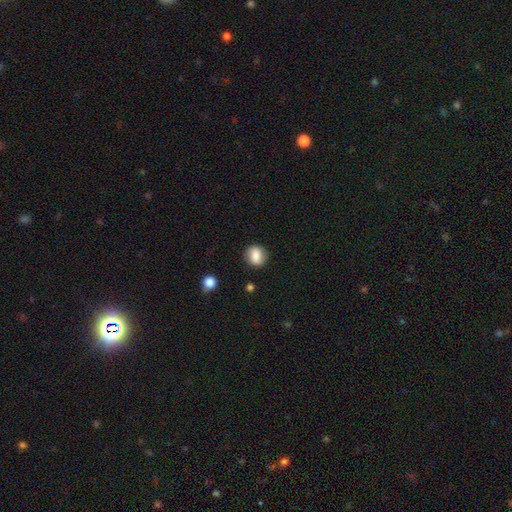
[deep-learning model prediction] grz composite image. It shows a smooth galaxy with no disk features (76%) that is round (75%). Merging: none (84%).